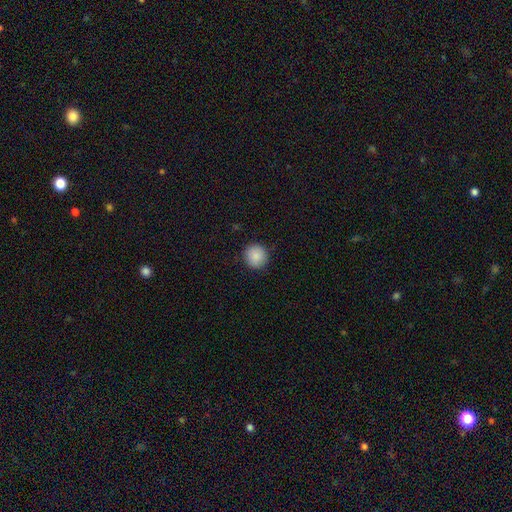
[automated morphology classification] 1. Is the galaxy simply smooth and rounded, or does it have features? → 88% smooth, 8% star or artifact, 4% featured or disk.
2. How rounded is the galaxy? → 93% round, 6% in between, 1% cigar-shaped.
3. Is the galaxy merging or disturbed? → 91% none, 7% minor disturbance, 2% major disturbance, 1% merger.